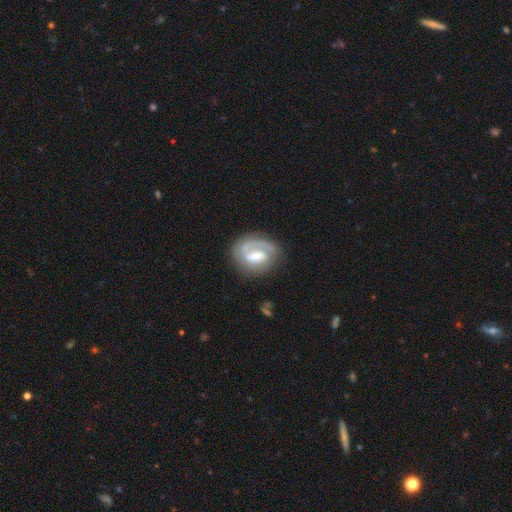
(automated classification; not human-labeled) Q: Smooth or featured?
A: featured or disk (77%); runner-up: smooth (17%)
Q: Edge-on disk?
A: no (97%); runner-up: yes (3%)
Q: Bar?
A: weak (51%); runner-up: strong (25%)
Q: Spiral arms?
A: yes (89%); runner-up: no (11%)
Q: Spiral winding?
A: tight (50%); runner-up: medium (35%)
Q: Spiral arm count?
A: 1 (57%); runner-up: 2 (28%)
Q: Bulge size?
A: small (44%); runner-up: moderate (43%)
Q: Merging?
A: none (67%); runner-up: minor disturbance (18%)